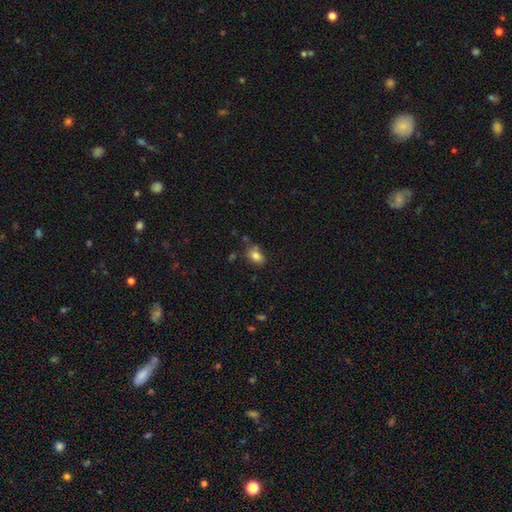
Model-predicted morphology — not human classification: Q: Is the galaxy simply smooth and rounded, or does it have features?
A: smooth — 81%.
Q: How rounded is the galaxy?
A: in between — 80%.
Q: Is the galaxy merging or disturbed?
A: none — 63%.